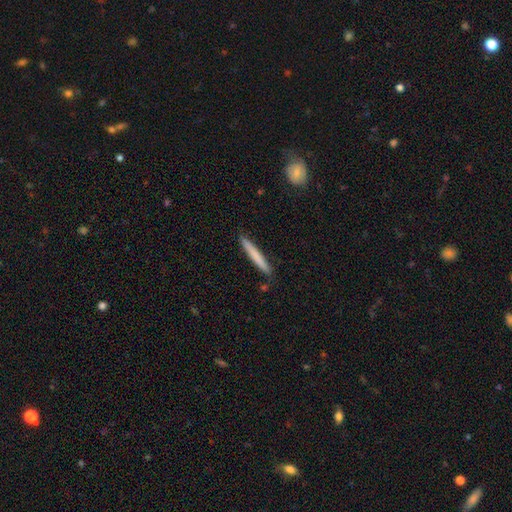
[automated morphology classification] A smooth galaxy with no disk features (72%) that is cigar-shaped (97%).

Vote fractions:
- Smooth or featured? smooth: 72% / featured or disk: 23% / star or artifact: 5%
- How rounded? cigar-shaped: 97% / in between: 2% / round: 1%
- Merging? none: 89% / minor disturbance: 7% / merger: 2% / major disturbance: 1%